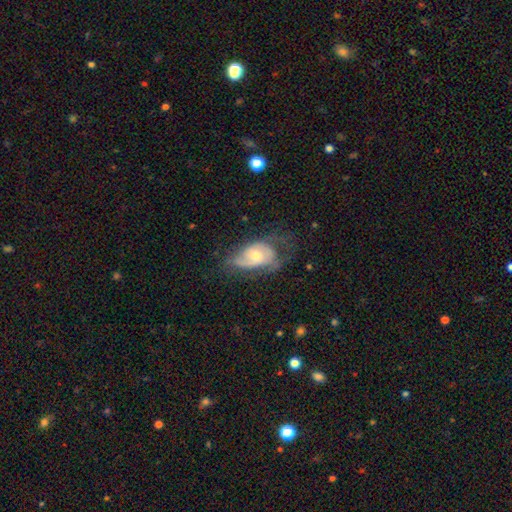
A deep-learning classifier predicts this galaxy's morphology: Smooth or featured?
  - featured or disk: 65% *
  - smooth: 28%
  - star or artifact: 7%
Edge-on disk?
  - no: 94% *
  - yes: 6%
Bar?
  - no: 73% *
  - weak: 23%
  - strong: 4%
Spiral arms?
  - yes: 79% *
  - no: 21%
Bulge size?
  - moderate: 60% *
  - small: 33%
  - large: 5%
  - none: 1%
  - dominant: 1%
Merging?
  - none: 43% *
  - minor disturbance: 30%
  - major disturbance: 25%
  - merger: 2%